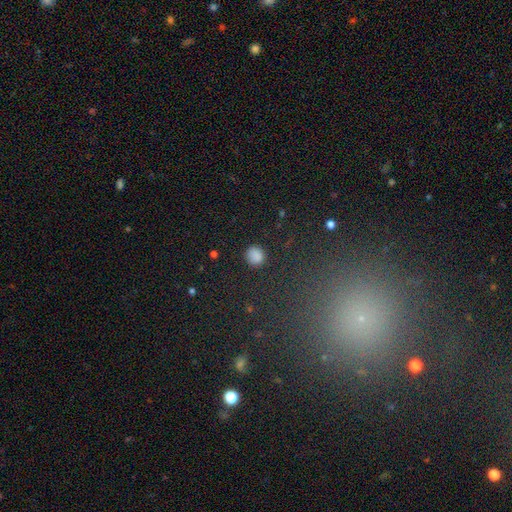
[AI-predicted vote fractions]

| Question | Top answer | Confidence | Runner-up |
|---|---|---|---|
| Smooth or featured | smooth | 84% | star or artifact (11%) |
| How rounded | round | 86% | in between (13%) |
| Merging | none | 87% | minor disturbance (9%) |